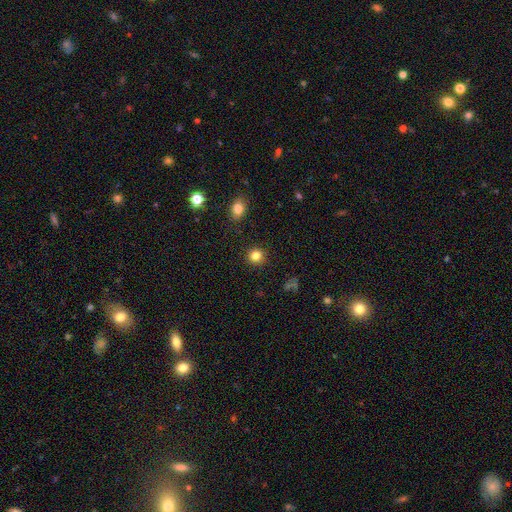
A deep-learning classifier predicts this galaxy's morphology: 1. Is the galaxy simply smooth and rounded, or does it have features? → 84% smooth, 11% star or artifact, 5% featured or disk.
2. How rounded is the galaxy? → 90% round, 9% in between, 1% cigar-shaped.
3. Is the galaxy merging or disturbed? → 91% none, 5% minor disturbance, 2% major disturbance, 1% merger.